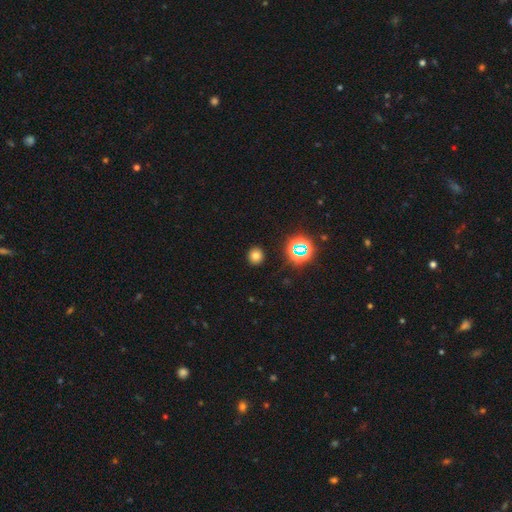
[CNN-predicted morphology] smooth_or_featured: smooth (p=0.72) [alt: star or artifact p=0.20]
how_rounded: round (p=0.90) [alt: in between p=0.09]
merging: none (p=0.91) [alt: minor disturbance p=0.06]